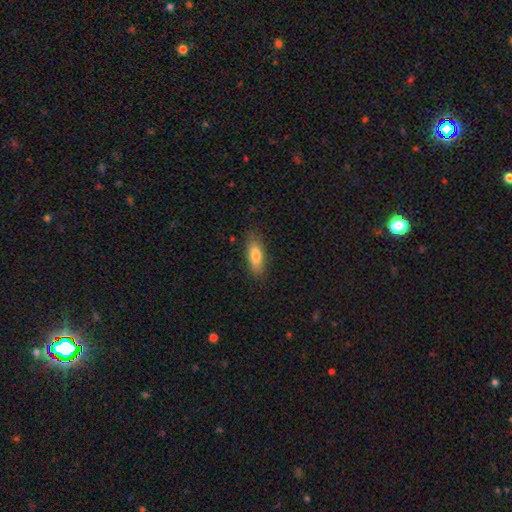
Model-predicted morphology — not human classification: Q: Smooth or featured?
A: smooth (79%); runner-up: featured or disk (15%)
Q: How rounded?
A: in between (63%); runner-up: cigar-shaped (35%)
Q: Merging?
A: none (83%); runner-up: minor disturbance (13%)